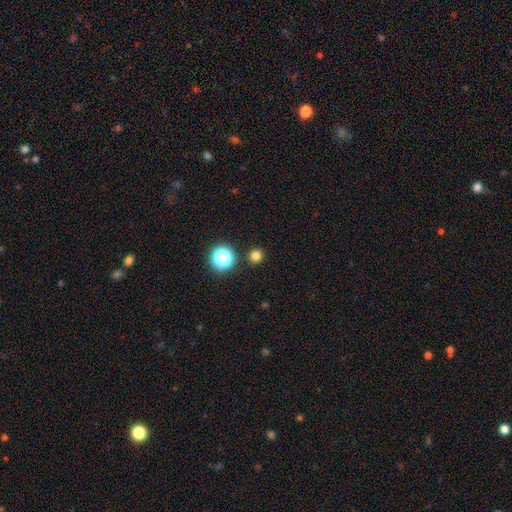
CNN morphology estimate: Smooth or featured: smooth — 77% (star or artifact — 18%)
How rounded: round — 93% (in between — 6%)
Merging: none — 91% (minor disturbance — 5%)